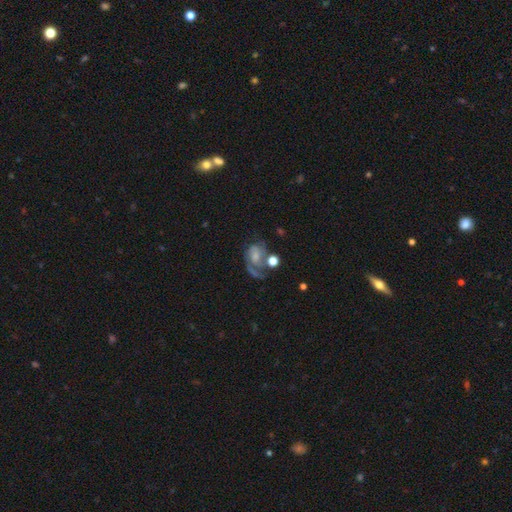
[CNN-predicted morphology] Overall: featured or disk (70%). Edge-on disk: no (98%). Bar: no (61%; weak 31%). Spiral arms: yes (88%). Spiral arm count: 2 (47%; 1 37%). Spiral winding: medium (44%; loose 28%). Bulge size: small (31%; moderate 27%). Merging: none (33%; major disturbance 31%).